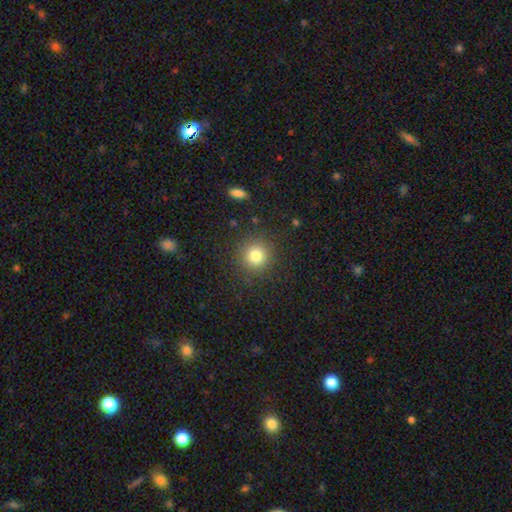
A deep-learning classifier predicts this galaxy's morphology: Q: Smooth or featured?
A: smooth (80%); runner-up: star or artifact (13%)
Q: How rounded?
A: round (93%); runner-up: in between (6%)
Q: Merging?
A: none (88%); runner-up: minor disturbance (7%)